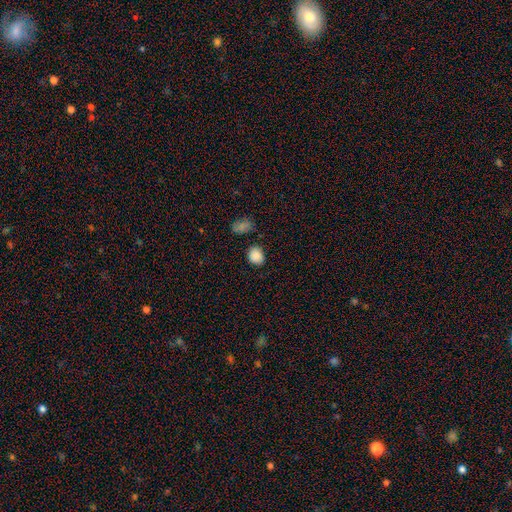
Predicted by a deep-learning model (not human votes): Overall: smooth (86%). How rounded: round (57%; in between 42%). Merging: none (82%).